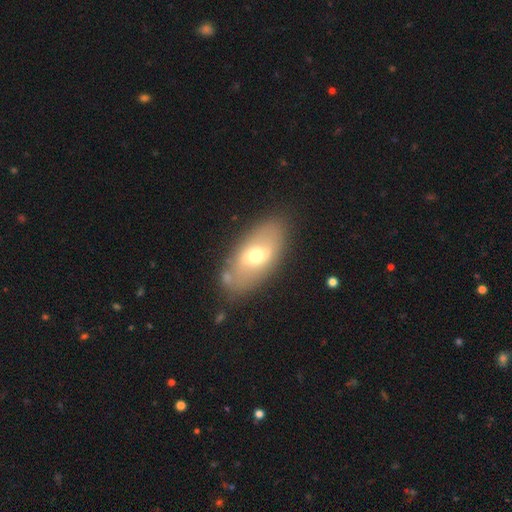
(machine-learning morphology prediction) Q: Smooth or featured?
A: smooth (52%); runner-up: featured or disk (41%)
Q: How rounded?
A: in between (89%); runner-up: round (5%)
Q: Merging?
A: none (79%); runner-up: minor disturbance (12%)